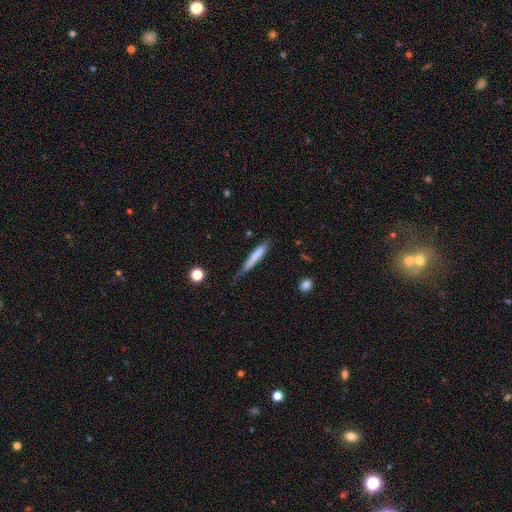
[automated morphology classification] The model was most divided on "merging": none: 55%, minor disturbance: 34%, major disturbance: 9%, merger: 3%. More confident: how rounded — cigar-shaped (93%); smooth or featured — smooth (72%).